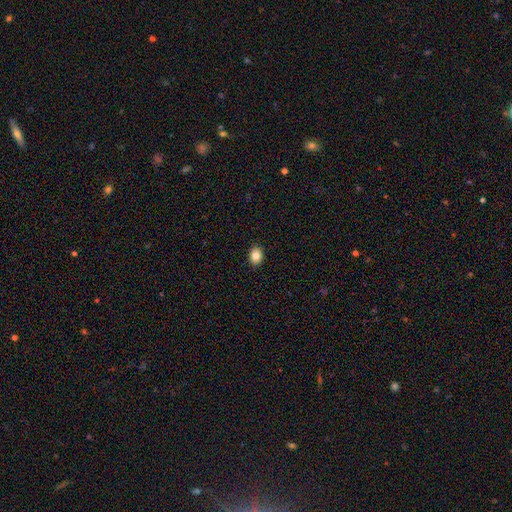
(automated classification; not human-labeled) This is clearly a smooth galaxy (85%). How rounded: possibly in between (58%). Merging: clearly none (90%).